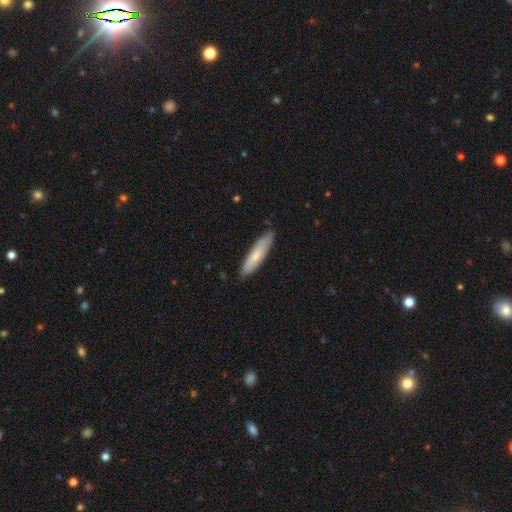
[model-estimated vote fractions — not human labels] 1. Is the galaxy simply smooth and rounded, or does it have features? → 72% smooth, 23% featured or disk, 5% star or artifact.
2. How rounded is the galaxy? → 80% cigar-shaped, 19% in between, 1% round.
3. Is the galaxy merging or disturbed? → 85% none, 12% minor disturbance, 2% major disturbance, 1% merger.